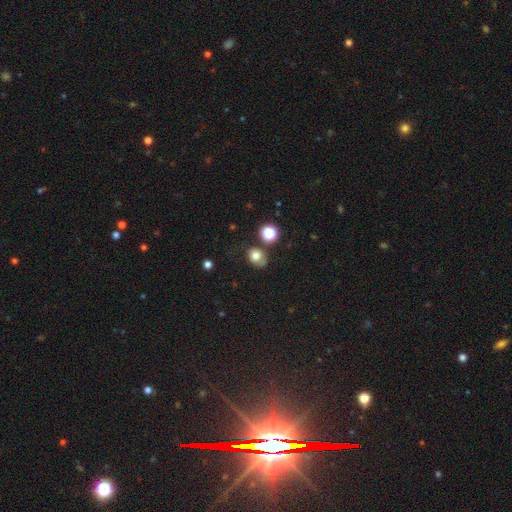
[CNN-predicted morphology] smooth 76%, star or artifact 13%, featured or disk 11%. Down the decision tree: how rounded — round (54%); merging — none (59%).